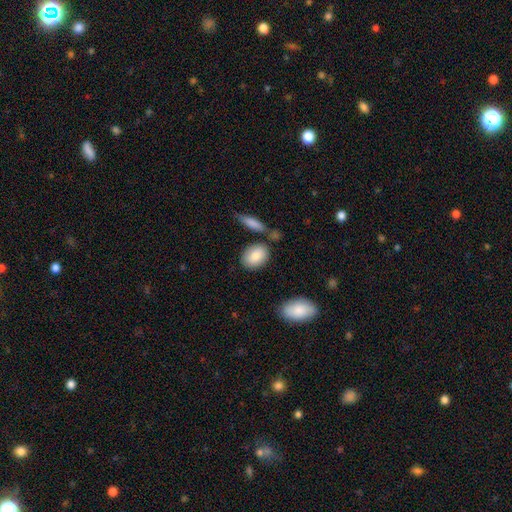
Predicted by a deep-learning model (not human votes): A smooth galaxy with no disk features (85%) that is in between round and cigar-shaped (80%). Merging: none (73%).